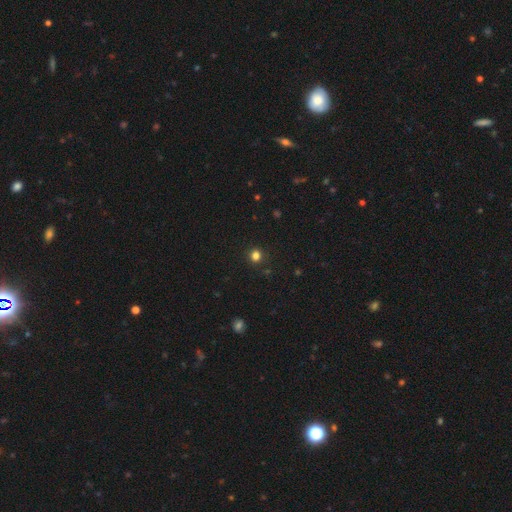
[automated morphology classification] This appears to be a smooth galaxy with no disk features (81%) that is round (90%). Merging: none (91%).